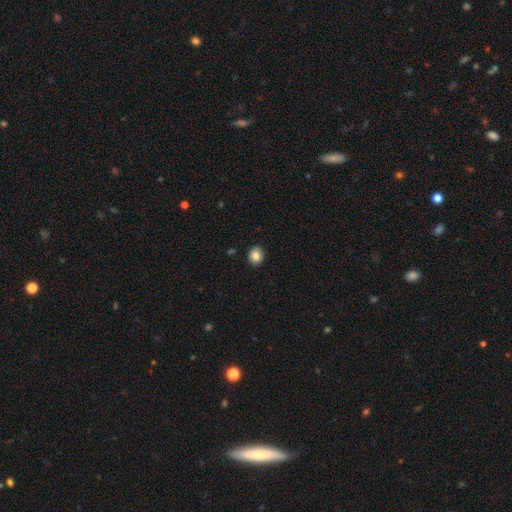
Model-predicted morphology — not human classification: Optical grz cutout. It shows a smooth galaxy with no disk features (83%) that is round (77%). Merging: none (91%).